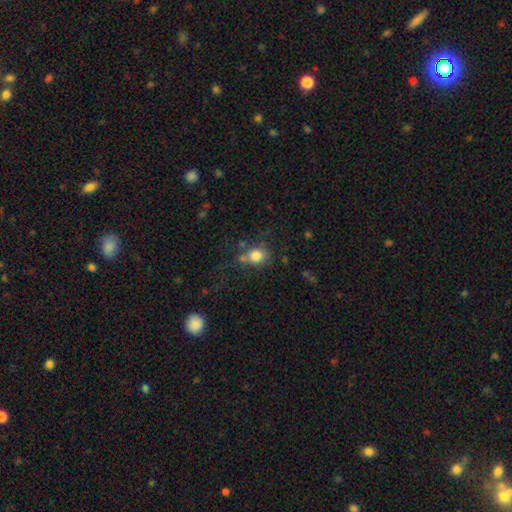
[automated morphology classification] A smooth galaxy with no disk features (79%) that is round (64%). Merging: none (61%).